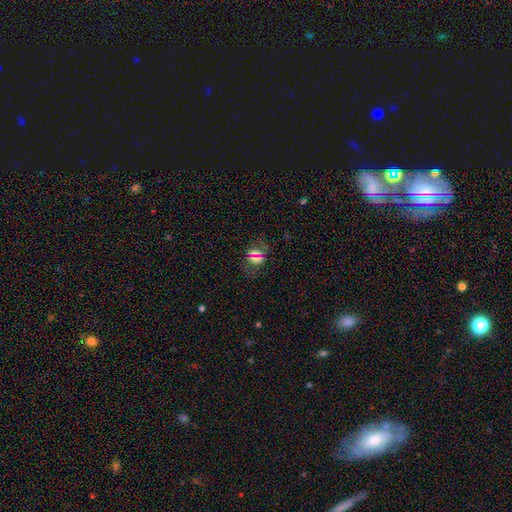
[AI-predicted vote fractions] smooth 47%, star or artifact 39%, featured or disk 14%. Down the decision tree: merging — none (76%).